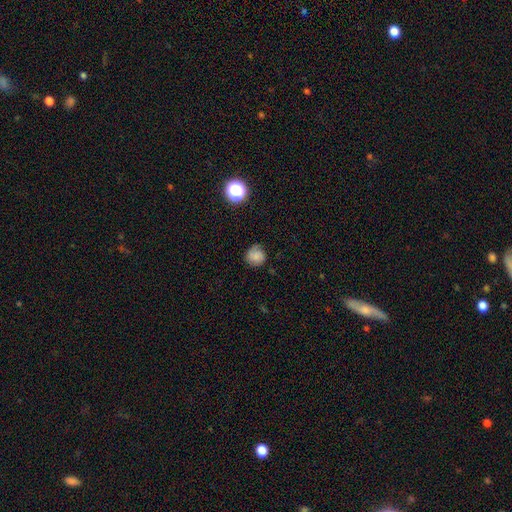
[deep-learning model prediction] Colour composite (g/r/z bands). It shows a smooth galaxy with no disk features (70%) that is round (87%). Merging: none (67%).